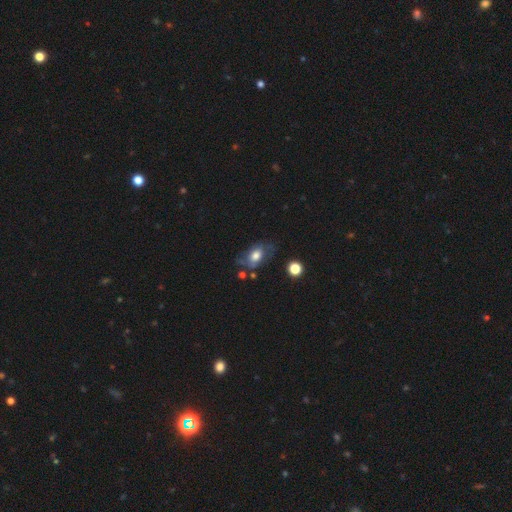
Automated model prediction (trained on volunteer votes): Morphology: type=smooth (62%); roundness=in between (82%); merging=none (52%).